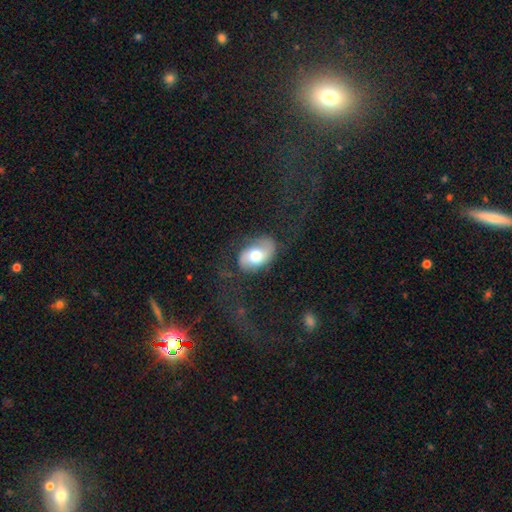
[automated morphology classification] Smooth or featured: smooth — 57% (featured or disk — 35%)
How rounded: in between — 87% (round — 12%)
Merging: none — 65% (minor disturbance — 19%)